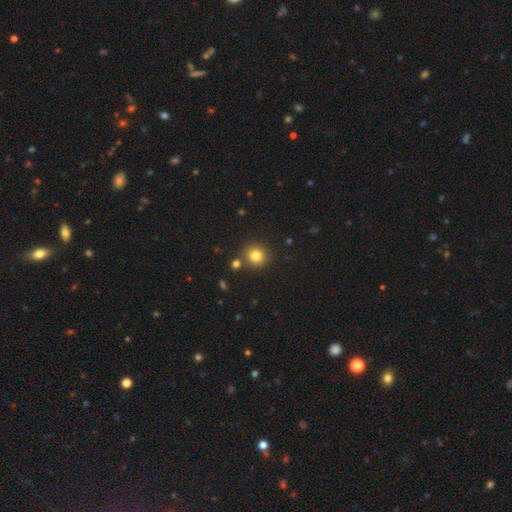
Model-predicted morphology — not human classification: This appears to be a smooth galaxy with no disk features (80%) that is round (91%). Merging: none (83%).